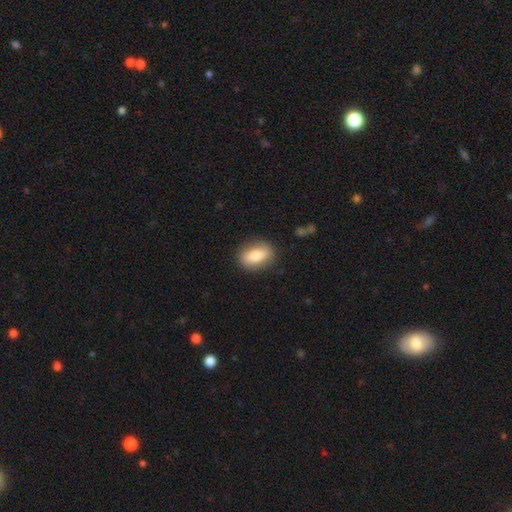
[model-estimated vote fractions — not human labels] Smooth or featured?
  - smooth: 74% *
  - featured or disk: 19%
  - star or artifact: 7%
How rounded?
  - in between: 77% *
  - round: 19%
  - cigar-shaped: 4%
Merging?
  - none: 85% *
  - minor disturbance: 10%
  - major disturbance: 3%
  - merger: 1%